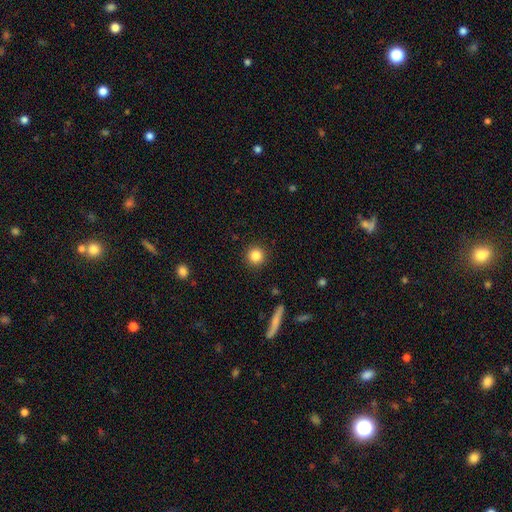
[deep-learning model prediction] A smooth galaxy with no disk features (84%) that is round (95%). Merging: none (92%).